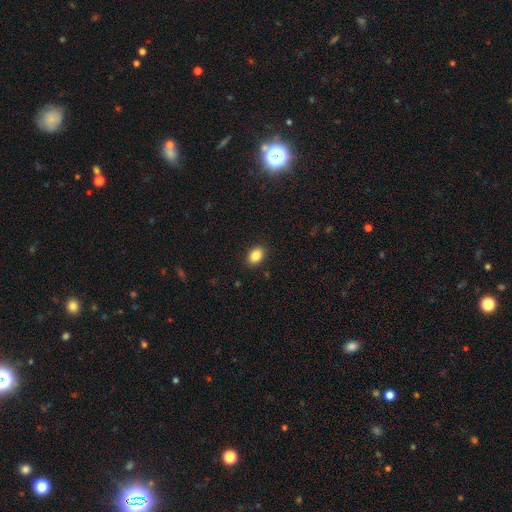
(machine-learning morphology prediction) A smooth galaxy with no disk features (85%) that is in between round and cigar-shaped (76%).

Vote fractions:
- Smooth or featured? smooth: 85% / star or artifact: 9% / featured or disk: 6%
- How rounded? in between: 76% / round: 23% / cigar-shaped: 1%
- Merging? none: 90% / minor disturbance: 7% / major disturbance: 2% / merger: 1%